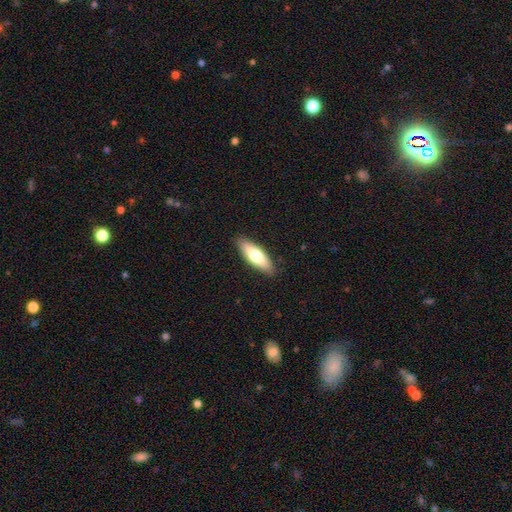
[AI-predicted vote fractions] This is likely a smooth galaxy (68%). How rounded: possibly in between (54%). Merging: clearly none (89%).